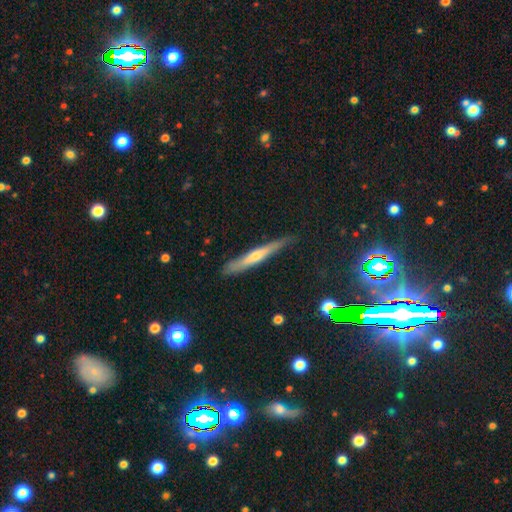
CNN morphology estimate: smooth-or-featured: featured or disk: 56% | smooth: 32% | star or artifact: 12%
  disk-edge-on: yes: 94% | no: 6%
    edge-on-bulge: rounded: 67% | none: 28% | boxy: 5%
  merging: none: 85% | minor disturbance: 12% | major disturbance: 2% | merger: 2%